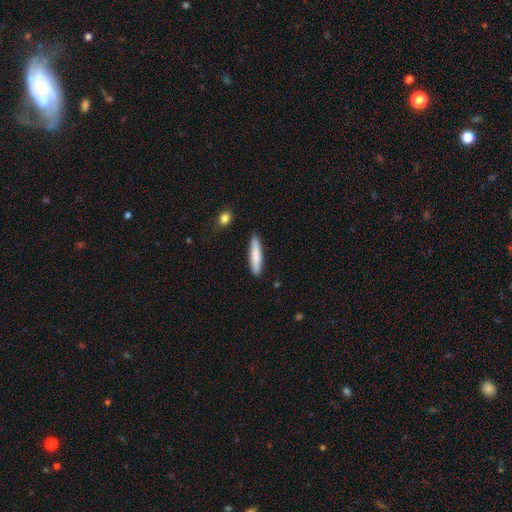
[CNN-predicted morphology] This appears to be a smooth galaxy with no disk features (81%) that is cigar-shaped (86%). Merging: none (86%).